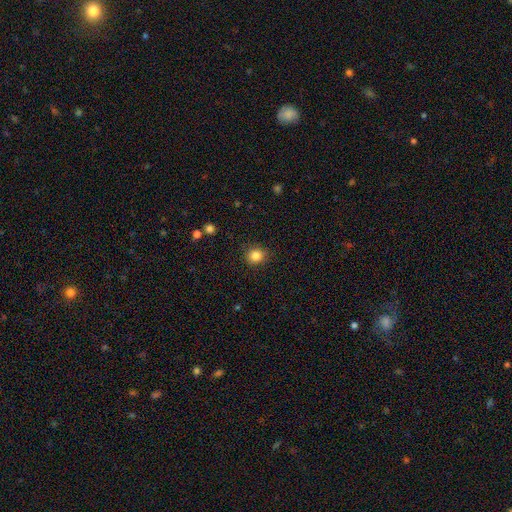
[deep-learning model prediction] Smooth or featured? smooth (84%)
How rounded? round (83%)
Merging? none (87%)